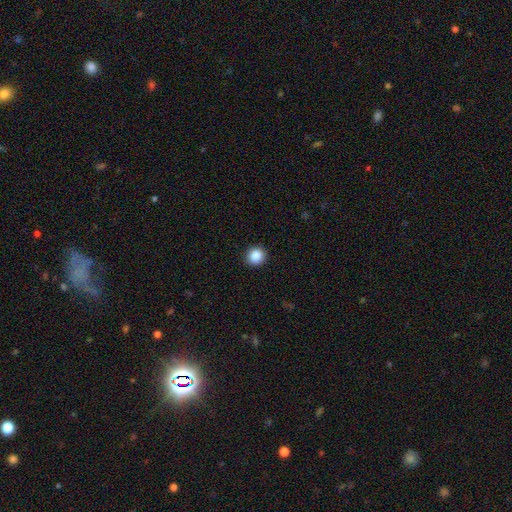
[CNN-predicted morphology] smooth_or_featured: smooth (p=0.87) [alt: star or artifact p=0.10]
how_rounded: round (p=0.93) [alt: in between p=0.06]
merging: none (p=0.93) [alt: minor disturbance p=0.05]